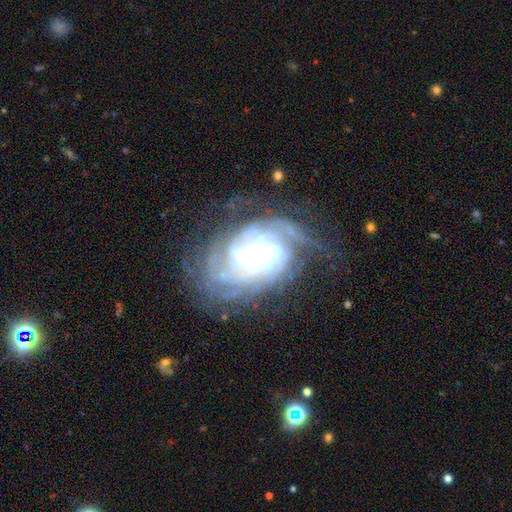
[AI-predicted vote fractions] Smooth or featured? featured or disk (88%)
Edge-on disk? no (97%)
Bar? weak (43%)
Spiral arms? yes (97%)
Spiral winding? tight (72%)
Spiral arm count? can't tell (30%)
Bulge size? small (64%)
Merging? none (66%)